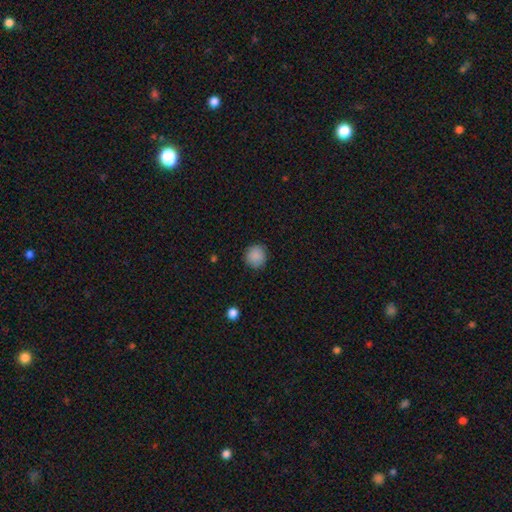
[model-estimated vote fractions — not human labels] Morphology: type=smooth (88%); roundness=round (92%); merging=none (88%).